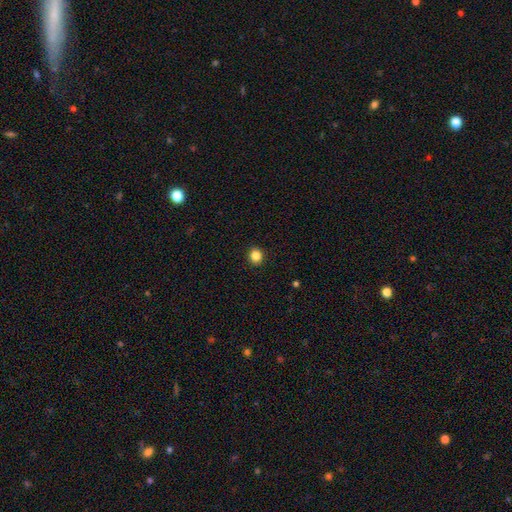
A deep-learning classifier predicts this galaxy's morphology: Smooth or featured? smooth (85%)
How rounded? round (87%)
Merging? none (93%)